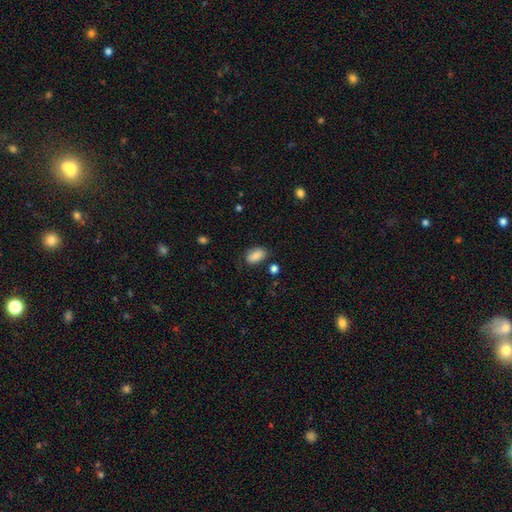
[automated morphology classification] smooth_or_featured: smooth (p=0.85) [alt: star or artifact p=0.08]
how_rounded: in between (p=0.92) [alt: round p=0.06]
merging: none (p=0.74) [alt: minor disturbance p=0.19]